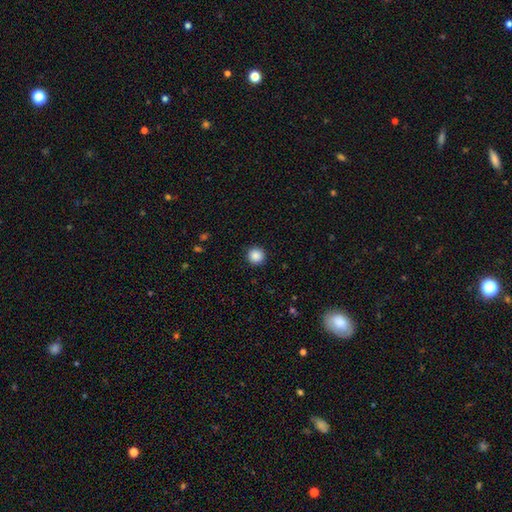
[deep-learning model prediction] Smooth or featured?
  - smooth: 88% *
  - star or artifact: 9%
  - featured or disk: 3%
How rounded?
  - round: 95% *
  - in between: 4%
  - cigar-shaped: 1%
Merging?
  - none: 92% *
  - minor disturbance: 5%
  - major disturbance: 2%
  - merger: 1%